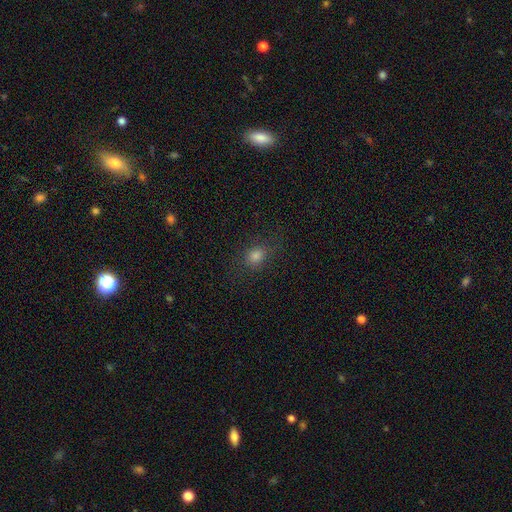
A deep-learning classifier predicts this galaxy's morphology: This is likely a smooth galaxy (73%). How rounded: possibly round (58%). Merging: likely none (76%).